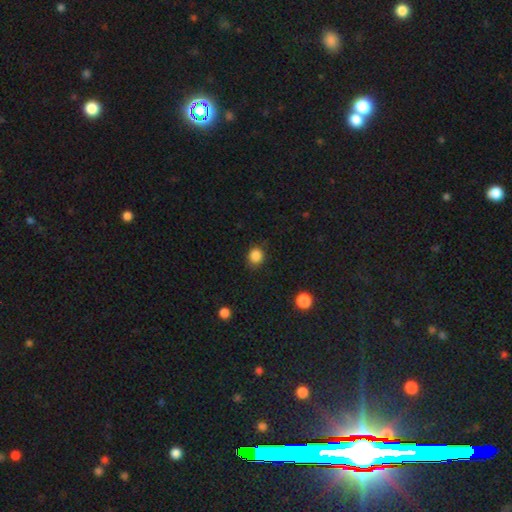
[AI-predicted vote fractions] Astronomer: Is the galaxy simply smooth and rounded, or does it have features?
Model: smooth — 86%.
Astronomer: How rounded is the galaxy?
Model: round — 78%.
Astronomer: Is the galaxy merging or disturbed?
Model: none — 85%.